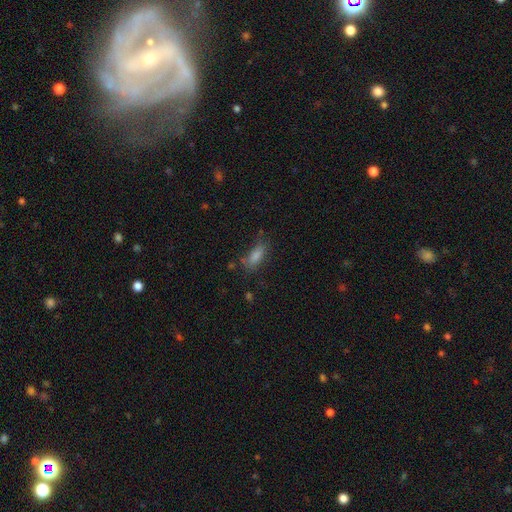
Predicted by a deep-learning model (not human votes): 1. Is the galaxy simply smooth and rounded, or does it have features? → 73% smooth, 15% star or artifact, 12% featured or disk.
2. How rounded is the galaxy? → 68% in between, 28% cigar-shaped, 4% round.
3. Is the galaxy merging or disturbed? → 68% none, 19% minor disturbance, 8% major disturbance, 5% merger.